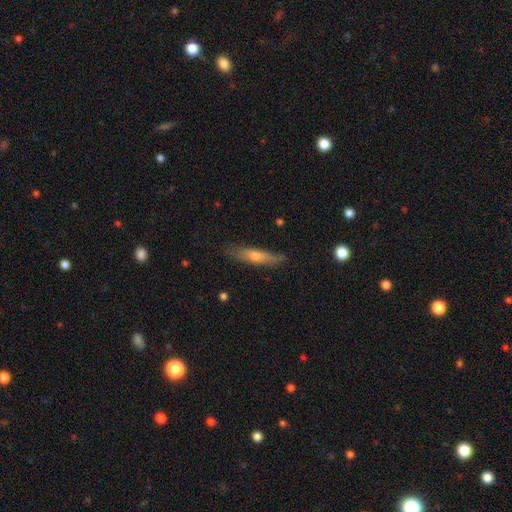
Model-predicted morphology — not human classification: smooth 54%, featured or disk 39%, star or artifact 7%. Down the decision tree: how rounded — cigar-shaped (82%); merging — none (81%).